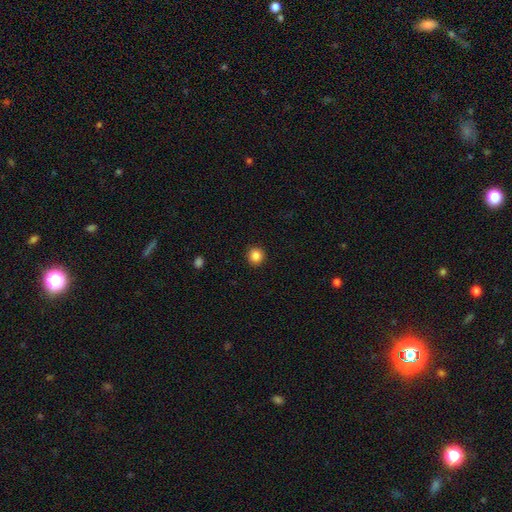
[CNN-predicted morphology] smooth_or_featured: smooth (p=0.86) [alt: star or artifact p=0.10]
how_rounded: round (p=0.93) [alt: in between p=0.06]
merging: none (p=0.93) [alt: minor disturbance p=0.05]